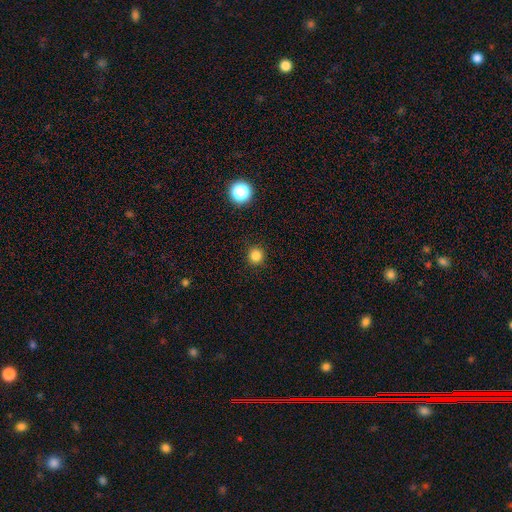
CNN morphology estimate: This appears to be a smooth galaxy with no disk features (83%) that is round (95%). Merging: none (92%).